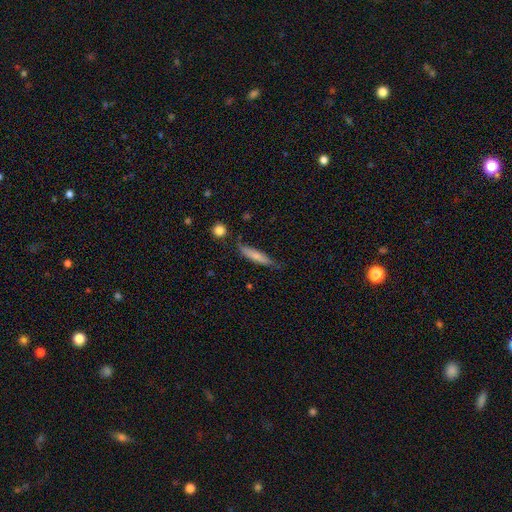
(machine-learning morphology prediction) Smooth or featured?
  - smooth: 72% *
  - featured or disk: 22%
  - star or artifact: 6%
How rounded?
  - cigar-shaped: 84% *
  - in between: 15%
  - round: 2%
Merging?
  - none: 69% *
  - minor disturbance: 23%
  - major disturbance: 4%
  - merger: 3%